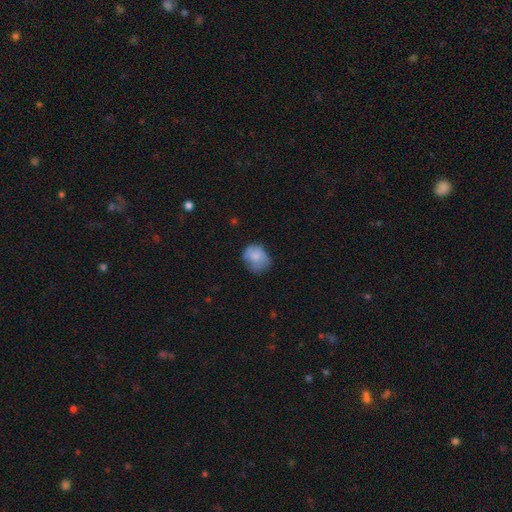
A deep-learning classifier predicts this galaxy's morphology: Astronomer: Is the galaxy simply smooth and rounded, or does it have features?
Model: smooth — 73%.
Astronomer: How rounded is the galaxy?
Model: round — 61% (runner-up: in between, 38%).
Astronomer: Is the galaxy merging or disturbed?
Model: none — 54% (runner-up: minor disturbance, 32%).